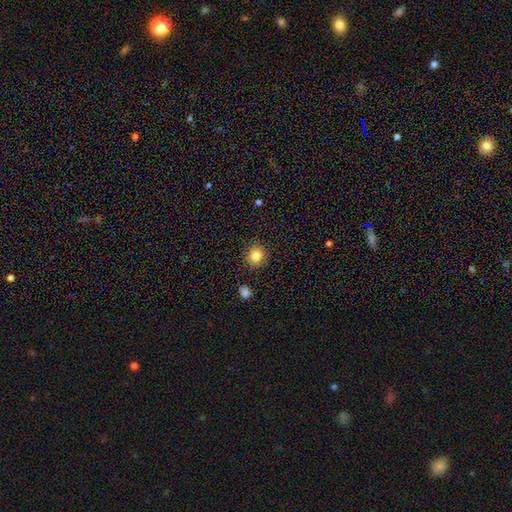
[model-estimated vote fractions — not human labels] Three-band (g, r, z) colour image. It shows a smooth galaxy with no disk features (82%) that is round (87%). Merging: none (90%).